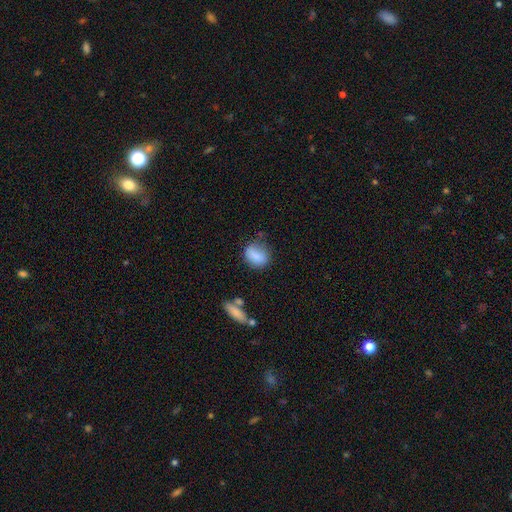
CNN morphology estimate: Smooth or featured? smooth (82%)
How rounded? in between (61%)
Merging? none (59%)